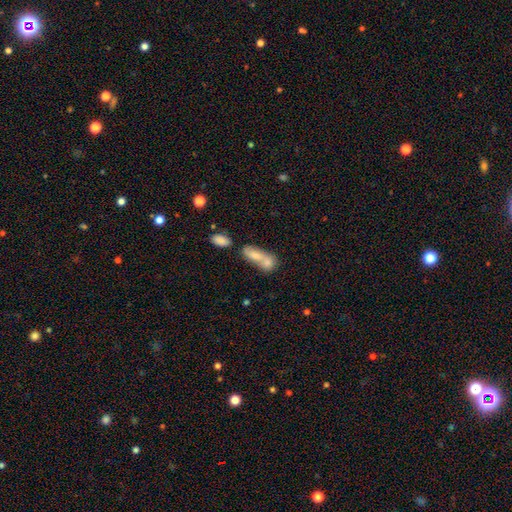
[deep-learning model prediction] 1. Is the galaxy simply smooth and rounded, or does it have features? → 62% smooth, 26% featured or disk, 12% star or artifact.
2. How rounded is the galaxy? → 64% in between, 25% cigar-shaped, 10% round.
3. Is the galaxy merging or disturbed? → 61% merger, 24% none, 9% minor disturbance, 6% major disturbance.